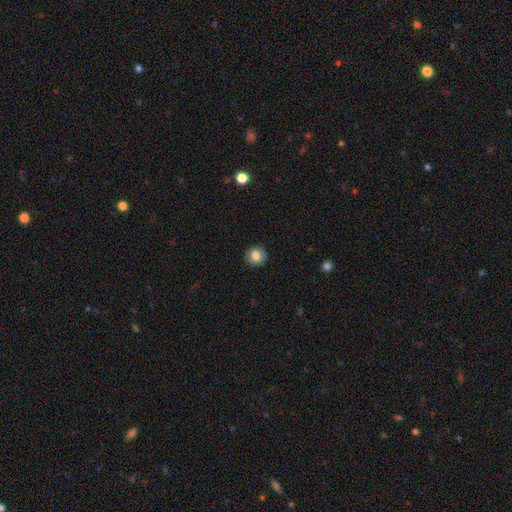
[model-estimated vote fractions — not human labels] Smooth or featured: smooth — 79% (featured or disk — 12%)
How rounded: round — 88% (in between — 11%)
Merging: none — 90% (minor disturbance — 7%)